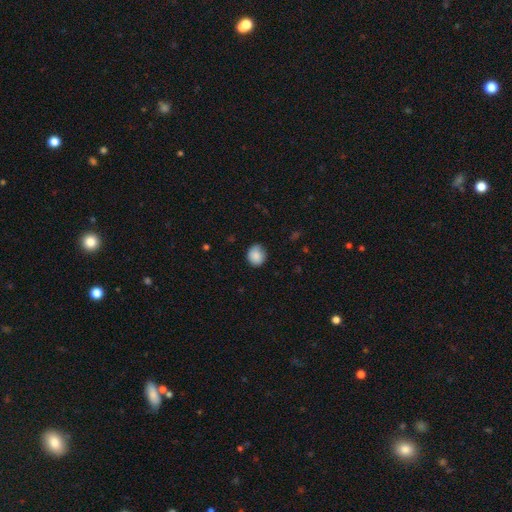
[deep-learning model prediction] smooth 87%, star or artifact 8%, featured or disk 5%. Down the decision tree: how rounded — round (72%); merging — none (74%).